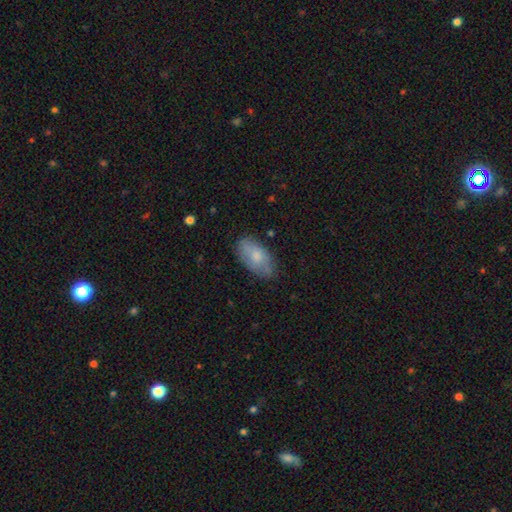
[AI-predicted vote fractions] Smooth or featured? Predicted: smooth (p=0.70). How rounded? Predicted: in between (p=0.93). Merging? Predicted: none (p=0.74).